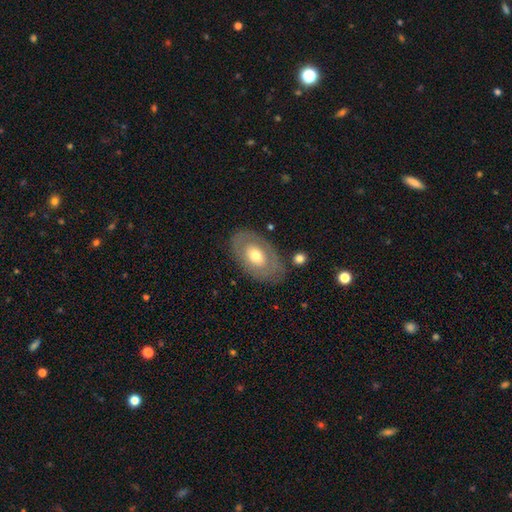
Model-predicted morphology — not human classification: Smooth or featured?
  - smooth: 48% *
  - featured or disk: 46%
  - star or artifact: 6%
Merging?
  - none: 78% *
  - minor disturbance: 14%
  - major disturbance: 6%
  - merger: 3%